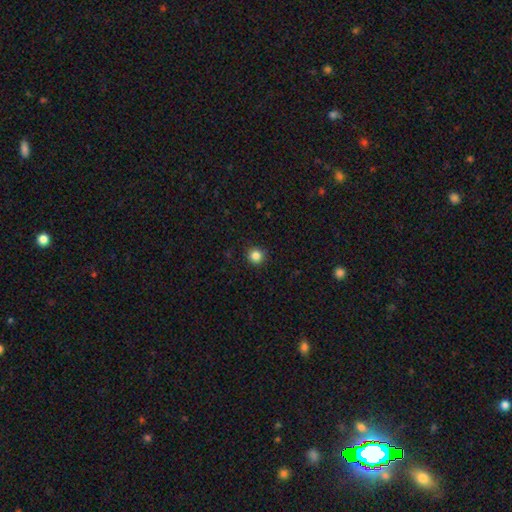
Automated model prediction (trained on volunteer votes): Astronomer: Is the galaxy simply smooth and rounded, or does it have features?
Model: smooth — 85%.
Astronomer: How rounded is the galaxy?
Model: round — 95%.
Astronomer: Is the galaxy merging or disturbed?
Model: none — 92%.